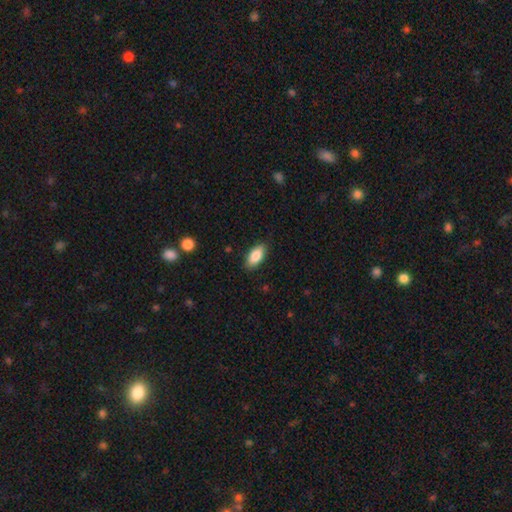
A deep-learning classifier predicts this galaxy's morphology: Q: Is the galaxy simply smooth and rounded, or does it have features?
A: smooth — 85%.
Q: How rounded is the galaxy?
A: in between — 90%.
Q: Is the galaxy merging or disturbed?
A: none — 87%.